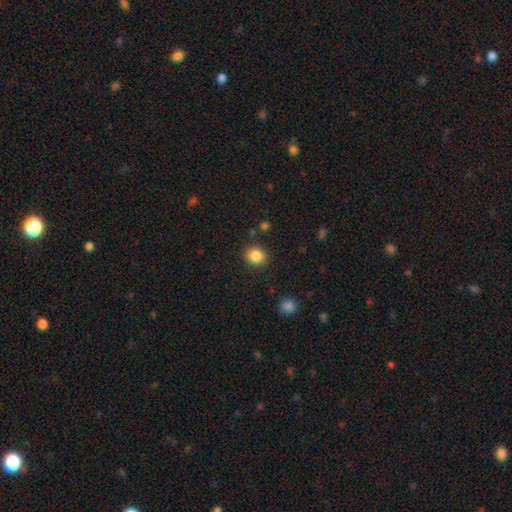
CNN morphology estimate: Smooth or featured? smooth (86%)
How rounded? round (72%)
Merging? none (88%)